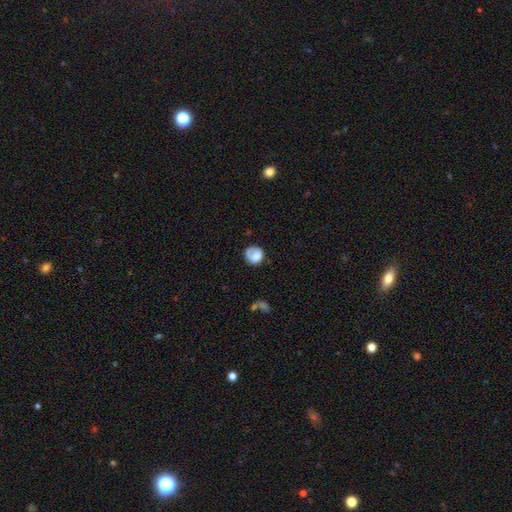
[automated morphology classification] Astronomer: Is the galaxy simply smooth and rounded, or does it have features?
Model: smooth — 71%.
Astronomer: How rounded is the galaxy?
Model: round — 75%.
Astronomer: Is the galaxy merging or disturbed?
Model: none — 52%.